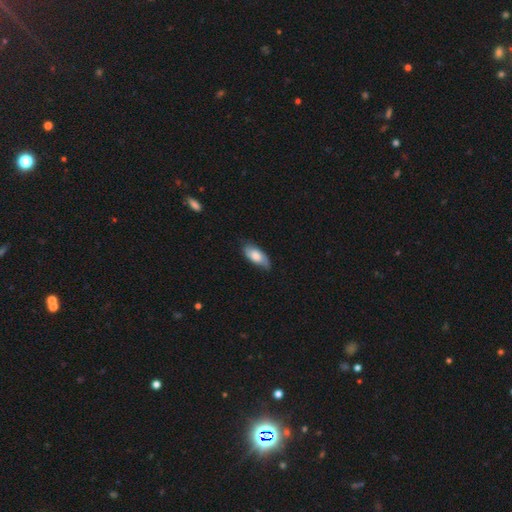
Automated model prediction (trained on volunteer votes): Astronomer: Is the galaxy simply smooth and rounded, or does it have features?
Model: smooth — 67%.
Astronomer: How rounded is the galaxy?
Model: in between — 85%.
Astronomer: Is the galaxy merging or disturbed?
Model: none — 74%.